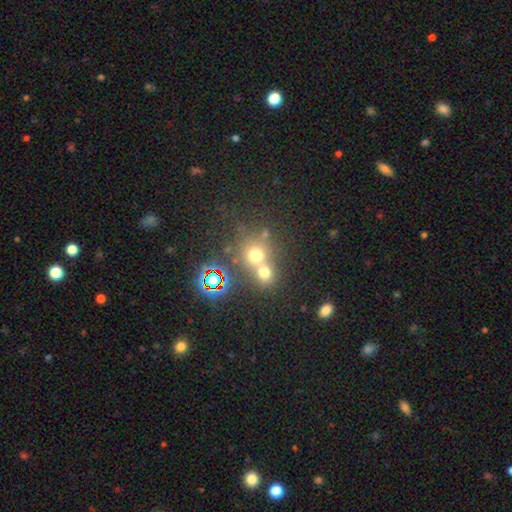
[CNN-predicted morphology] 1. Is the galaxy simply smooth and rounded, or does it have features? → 61% smooth, 27% star or artifact, 12% featured or disk.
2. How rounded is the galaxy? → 83% round, 16% in between, 1% cigar-shaped.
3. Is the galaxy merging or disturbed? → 51% merger, 40% none, 6% minor disturbance, 3% major disturbance.